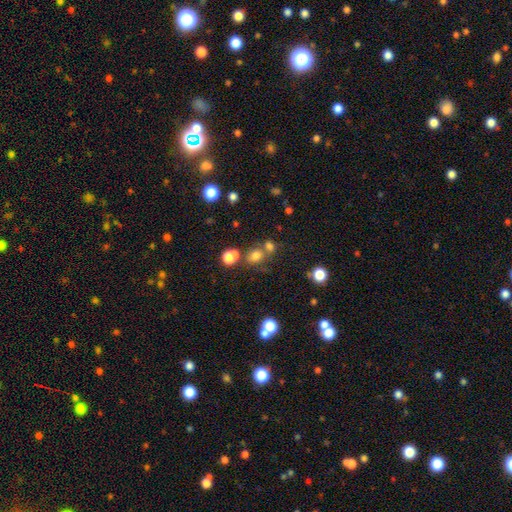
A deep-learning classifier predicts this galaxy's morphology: smooth-or-featured: smooth: 70% | star or artifact: 20% | featured or disk: 10%
  how-rounded: round: 65% | in between: 34% | cigar-shaped: 1%
  merging: none: 54% | merger: 30% | minor disturbance: 11% | major disturbance: 5%